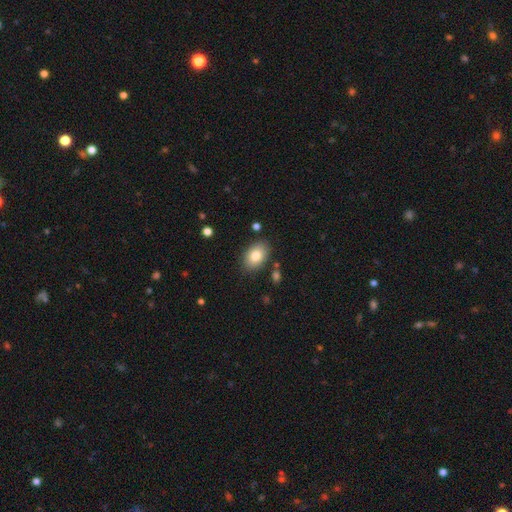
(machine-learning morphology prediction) Overall: smooth (81%). How rounded: in between (88%). Merging: none (84%).